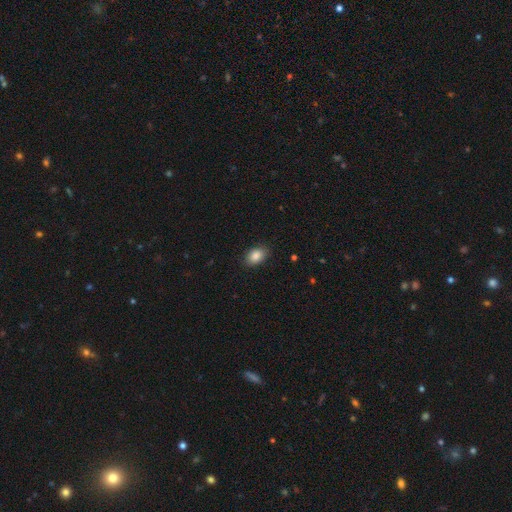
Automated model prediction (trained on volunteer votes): Smooth or featured?
  - smooth: 87% *
  - star or artifact: 8%
  - featured or disk: 5%
How rounded?
  - in between: 84% *
  - round: 14%
  - cigar-shaped: 1%
Merging?
  - none: 87% *
  - minor disturbance: 9%
  - major disturbance: 2%
  - merger: 1%